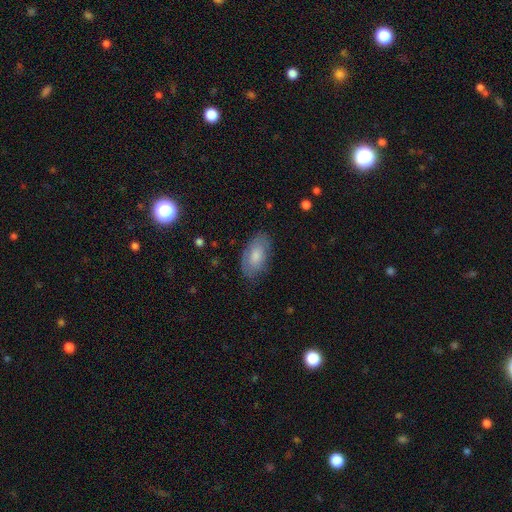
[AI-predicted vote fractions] Overall: smooth (72%). How rounded: in between (93%). Merging: none (77%).